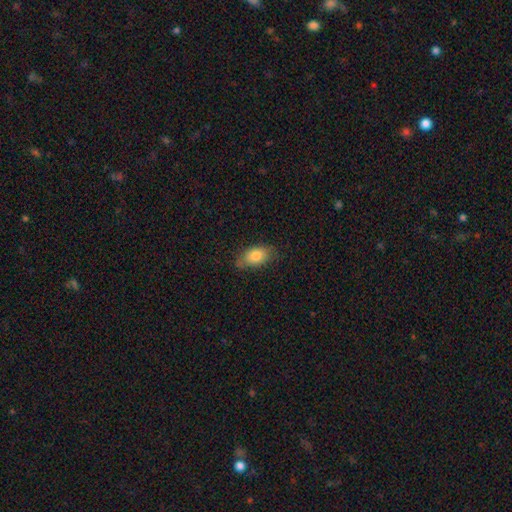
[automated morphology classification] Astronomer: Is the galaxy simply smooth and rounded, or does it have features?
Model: smooth — 81%.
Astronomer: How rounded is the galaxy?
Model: in between — 90%.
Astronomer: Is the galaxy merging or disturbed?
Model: none — 71%.